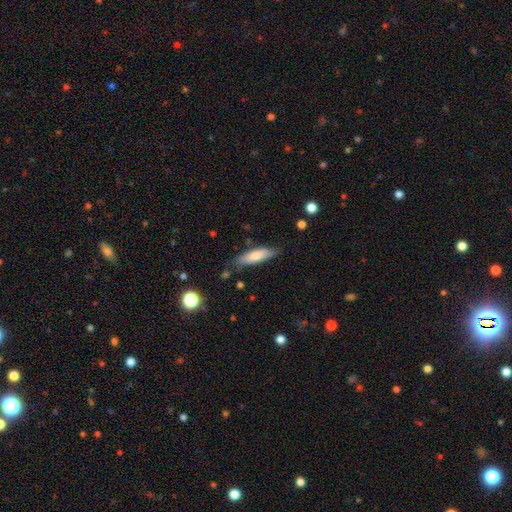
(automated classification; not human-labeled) A smooth galaxy with no disk features (71%) that is cigar-shaped (56%). Merging: none (76%).